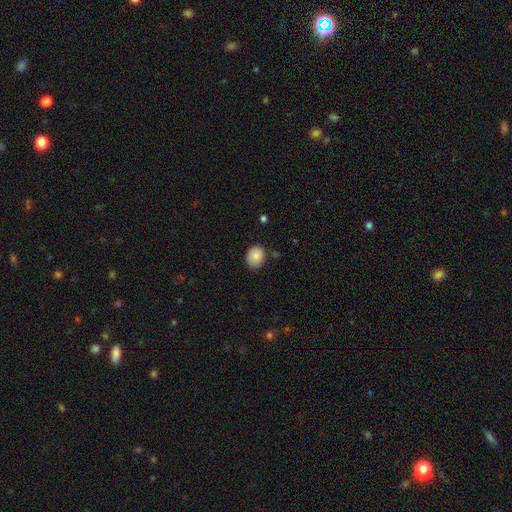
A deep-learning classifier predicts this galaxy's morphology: smooth 86%, star or artifact 8%, featured or disk 6%. Down the decision tree: how rounded — in between (50%); merging — none (75%).